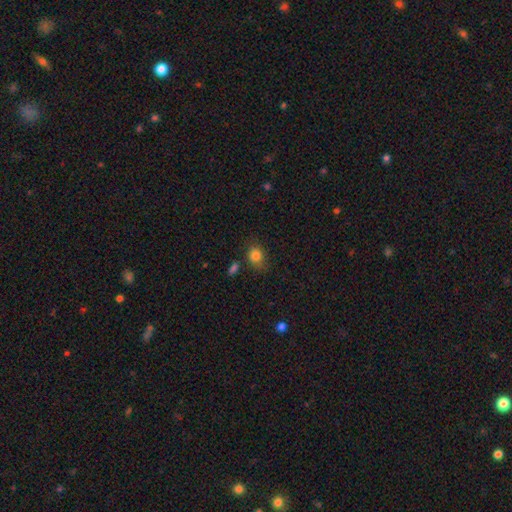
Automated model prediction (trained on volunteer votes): Smooth or featured? smooth (81%)
How rounded? round (63%)
Merging? none (67%)